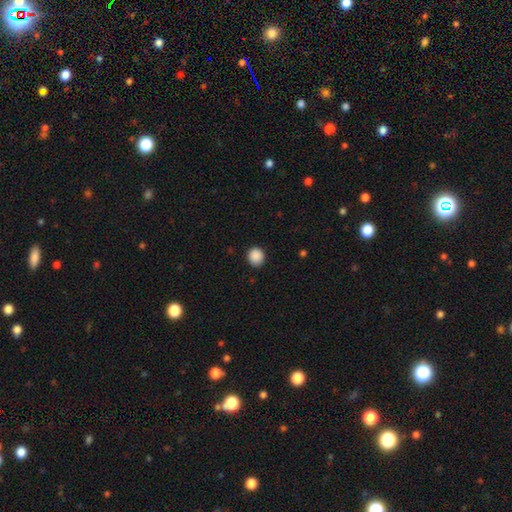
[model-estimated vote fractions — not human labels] Smooth or featured: smooth — 89% (star or artifact — 8%)
How rounded: round — 88% (in between — 11%)
Merging: none — 90% (minor disturbance — 7%)